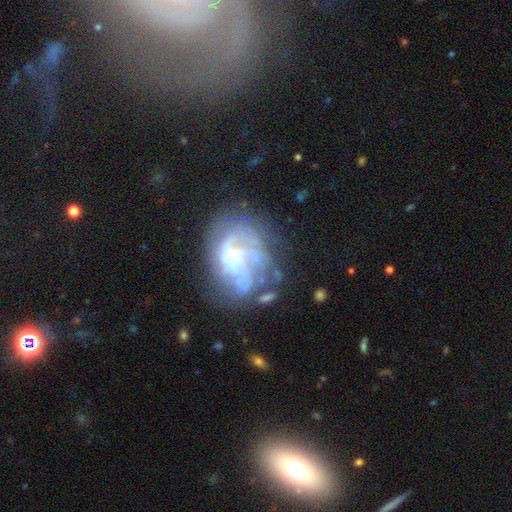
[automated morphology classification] Smooth or featured: featured or disk — 71% (smooth — 17%)
Edge-on disk: no — 97% (yes — 3%)
Bar: no — 61% (weak — 31%)
Spiral arms: yes — 63% (no — 37%)
Bulge size: small — 51% (moderate — 30%)
Merging: none — 48% (major disturbance — 23%)